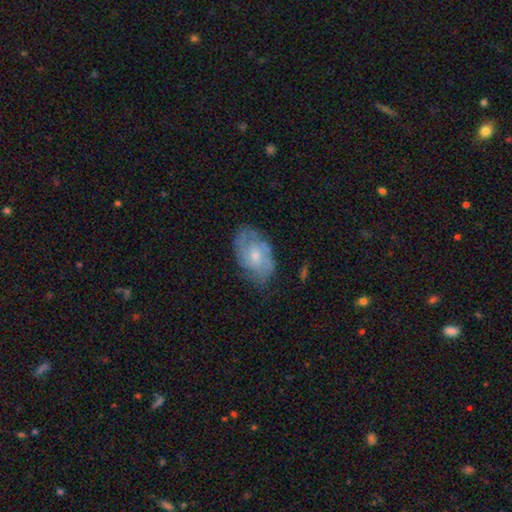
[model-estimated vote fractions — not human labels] A featured or disk galaxy (64%) with no bar (73%), tight (48%) spiral arms (82%) and a small central bulge (46%, tied with moderate). Merging: none (66%).